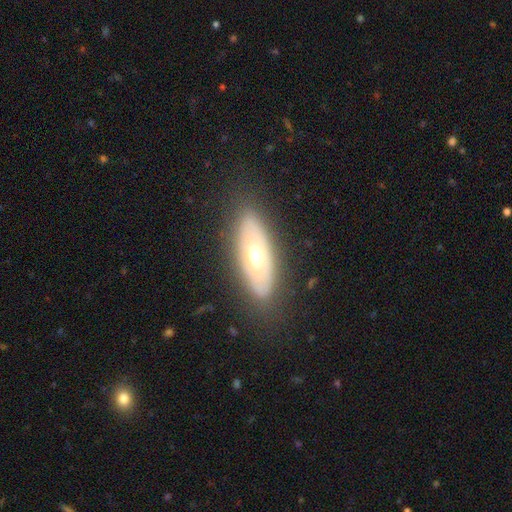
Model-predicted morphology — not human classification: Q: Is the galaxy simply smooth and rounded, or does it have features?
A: featured or disk — 53%.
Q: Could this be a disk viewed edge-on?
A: no — 74%.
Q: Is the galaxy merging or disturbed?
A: none — 83%.